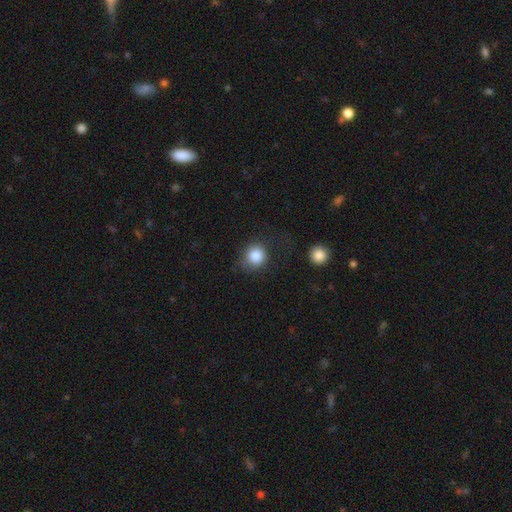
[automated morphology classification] smooth 85%, star or artifact 9%, featured or disk 6%. Down the decision tree: how rounded — round (86%); merging — none (68%).